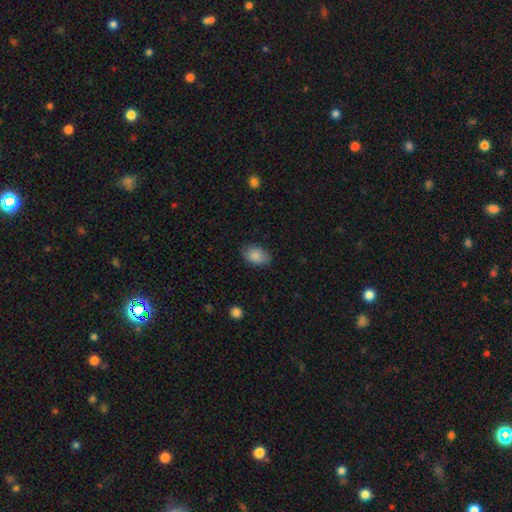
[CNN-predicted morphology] smooth_or_featured: smooth (p=0.87) [alt: star or artifact p=0.07]
how_rounded: in between (p=0.86) [alt: round p=0.13]
merging: none (p=0.78) [alt: minor disturbance p=0.17]